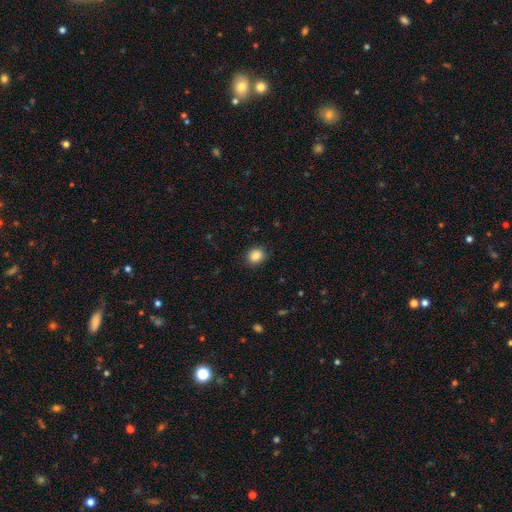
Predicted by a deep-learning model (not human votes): Smooth or featured: smooth — 87% (star or artifact — 9%)
How rounded: round — 72% (in between — 27%)
Merging: none — 89% (minor disturbance — 7%)